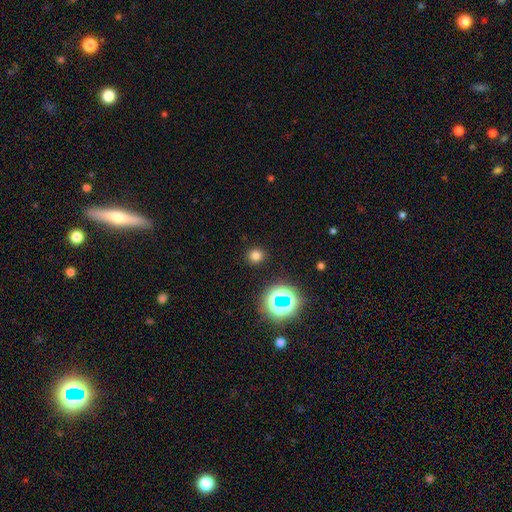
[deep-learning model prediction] smooth-or-featured: smooth: 73% | star or artifact: 21% | featured or disk: 6%
  how-rounded: round: 88% | in between: 11% | cigar-shaped: 1%
  merging: none: 90% | minor disturbance: 6% | major disturbance: 3% | merger: 2%